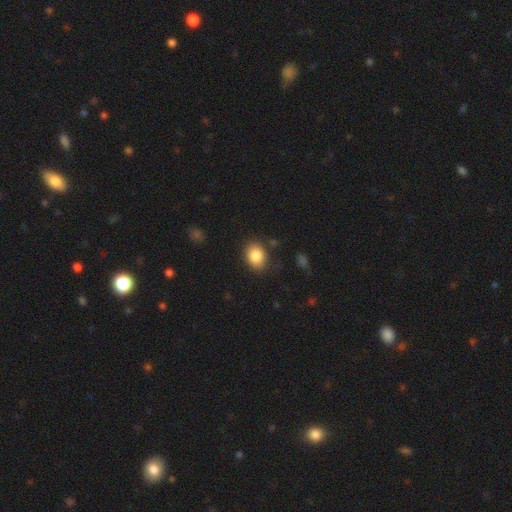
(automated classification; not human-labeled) Smooth or featured? smooth (86%)
How rounded? in between (65%)
Merging? none (83%)